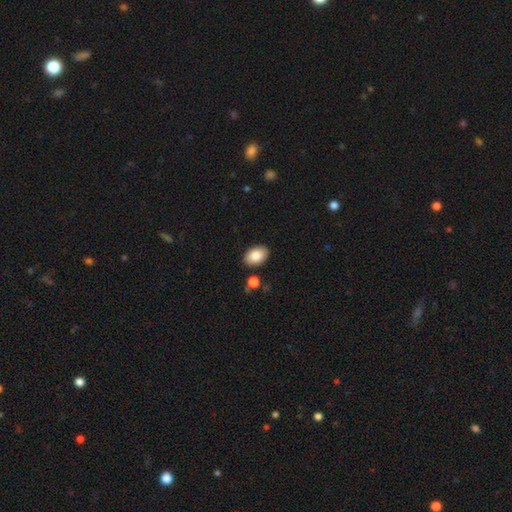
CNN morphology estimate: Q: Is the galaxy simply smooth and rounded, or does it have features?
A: smooth — 87%.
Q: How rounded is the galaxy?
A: in between — 89%.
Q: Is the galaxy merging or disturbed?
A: none — 86%.